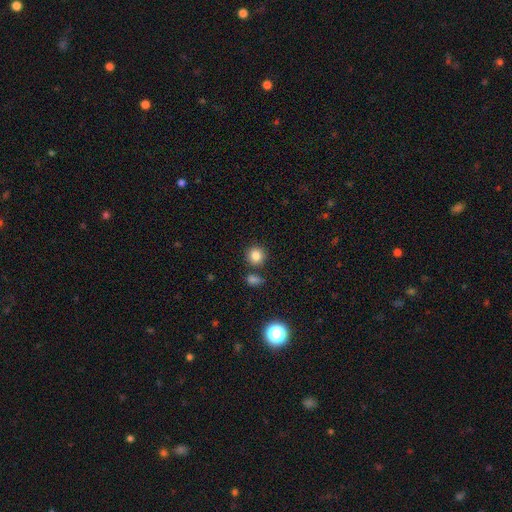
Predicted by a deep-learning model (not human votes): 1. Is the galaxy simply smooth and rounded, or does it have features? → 83% smooth, 12% star or artifact, 6% featured or disk.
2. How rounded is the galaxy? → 90% round, 9% in between, 1% cigar-shaped.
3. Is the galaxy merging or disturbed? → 79% none, 9% merger, 9% minor disturbance, 3% major disturbance.